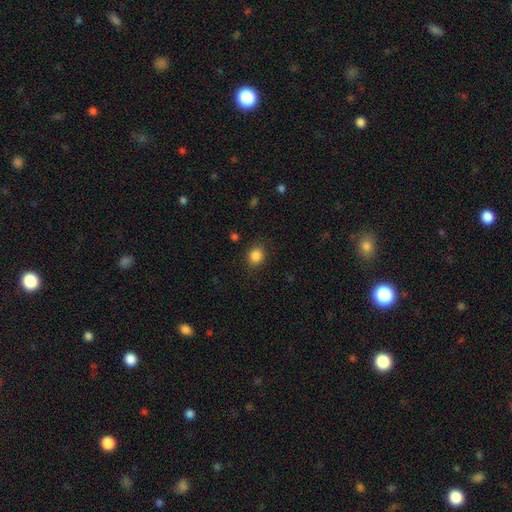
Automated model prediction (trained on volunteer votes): smooth-or-featured: smooth: 86% | star or artifact: 10% | featured or disk: 4%
  how-rounded: round: 65% | in between: 34% | cigar-shaped: 1%
  merging: none: 85% | minor disturbance: 10% | major disturbance: 3% | merger: 1%